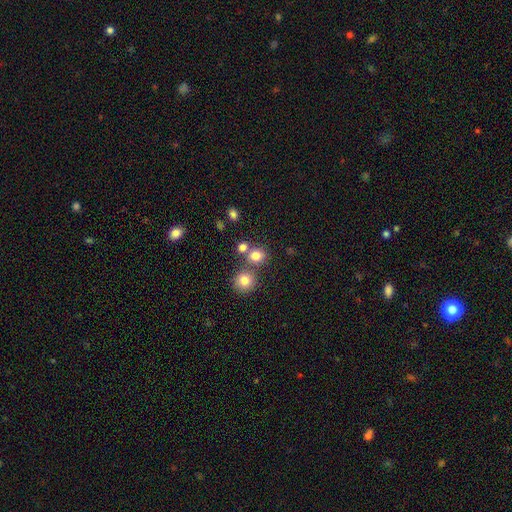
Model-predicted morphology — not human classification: Smooth or featured? Predicted: smooth (p=0.77). How rounded? Predicted: round (p=0.78). Merging? Predicted: none (p=0.60).